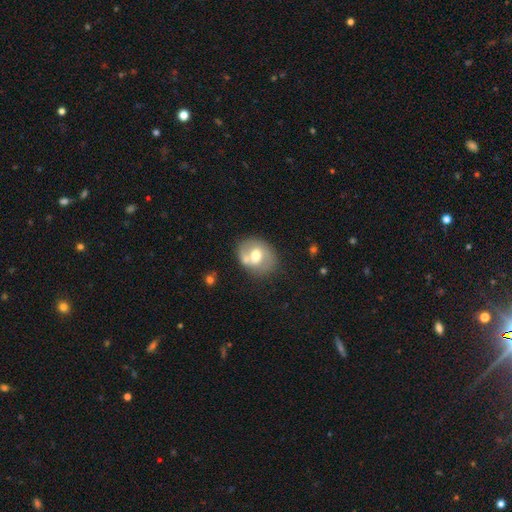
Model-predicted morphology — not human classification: type=smooth (49%); merging=none (58%).